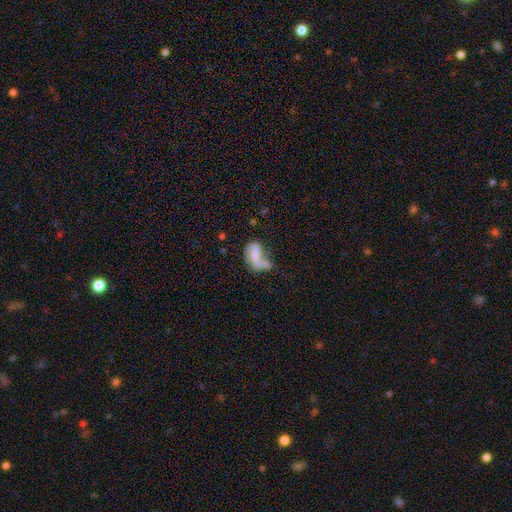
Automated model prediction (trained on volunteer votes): A featured or disk galaxy (55%) with no bar (45%), spiral arms (69%) and no central bulge (37%).

Vote fractions:
- Smooth or featured? featured or disk: 55% / smooth: 36% / star or artifact: 9%
- Edge-on disk? no: 97% / yes: 3%
- Bar? no: 45% / weak: 37% / strong: 18%
- Spiral arms? yes: 69% / no: 31%
- Bulge size? none: 37% / small: 31% / moderate: 24% / large: 6% / dominant: 2%
- Merging? merger: 34% / none: 24% / major disturbance: 23% / minor disturbance: 19%